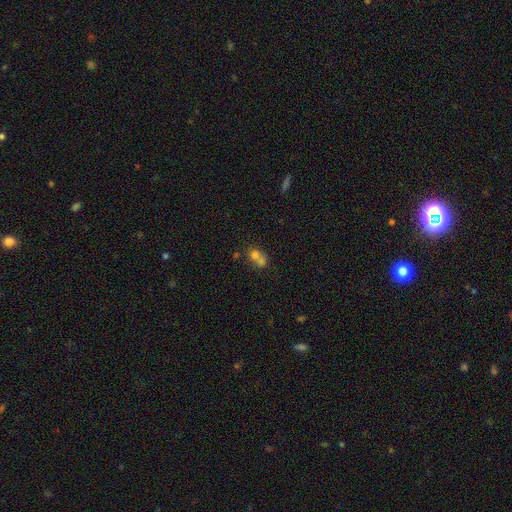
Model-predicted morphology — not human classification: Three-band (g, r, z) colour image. It shows a smooth galaxy with no disk features (67%) that is round (70%). Merging: merger (64%).